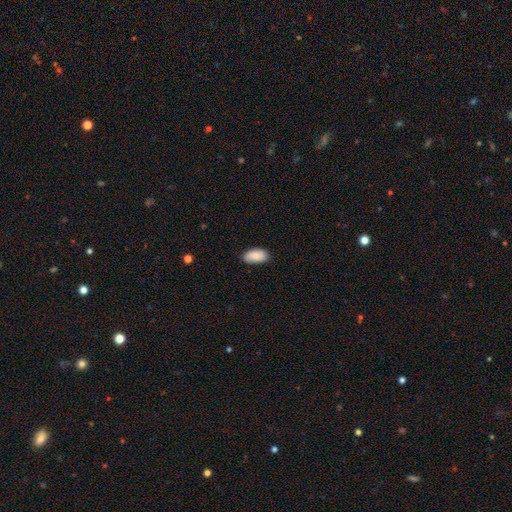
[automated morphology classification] A smooth galaxy with no disk features (88%) that is in between round and cigar-shaped (95%). Merging: none (84%).